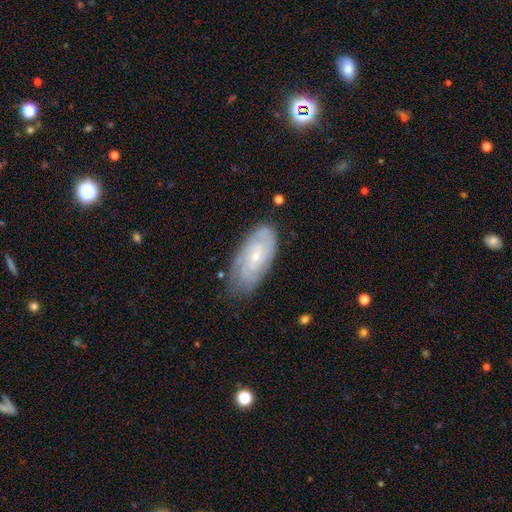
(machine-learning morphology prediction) A featured or disk galaxy (69%) with no bar (67%), tight (66%) spiral arms (89%) and a small central bulge (74%).

Vote fractions:
- Smooth or featured? featured or disk: 69% / smooth: 24% / star or artifact: 7%
- Edge-on disk? no: 93% / yes: 7%
- Bar? no: 67% / weak: 28% / strong: 5%
- Spiral arms? yes: 89% / no: 11%
- Spiral winding? tight: 66% / medium: 27% / loose: 7%
- Spiral arm count? can't tell: 46% / 2: 26% / 3: 13% / 4: 7% / 1: 4% / more than 4: 4%
- Bulge size? small: 74% / moderate: 22% / none: 2% / large: 1% / dominant: 1%
- Merging? none: 75% / minor disturbance: 20% / major disturbance: 4% / merger: 1%